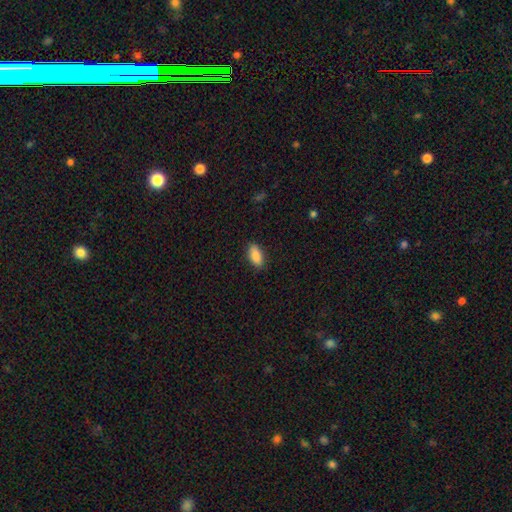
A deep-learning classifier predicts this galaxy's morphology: A smooth galaxy with no disk features (88%) that is in between round and cigar-shaped (89%).

Vote fractions:
- Smooth or featured? smooth: 88% / star or artifact: 7% / featured or disk: 5%
- How rounded? in between: 89% / cigar-shaped: 8% / round: 3%
- Merging? none: 87% / minor disturbance: 10% / major disturbance: 2% / merger: 1%